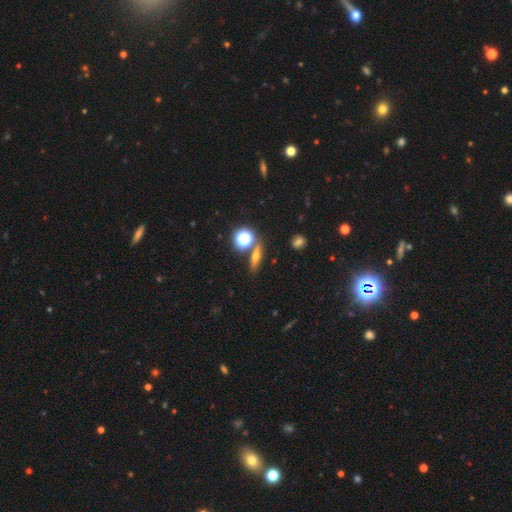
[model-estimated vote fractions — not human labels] Morphology: type=smooth (47%); merging=none (79%).